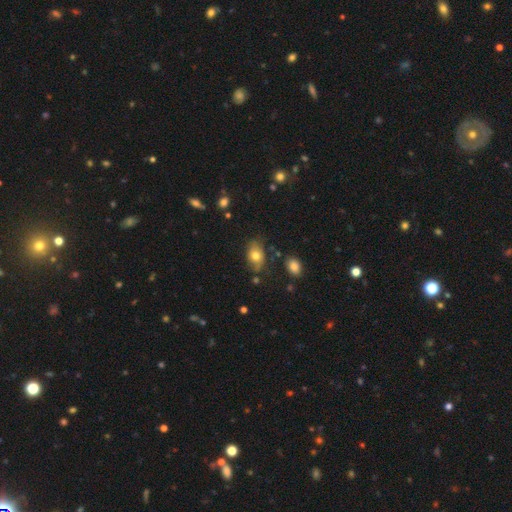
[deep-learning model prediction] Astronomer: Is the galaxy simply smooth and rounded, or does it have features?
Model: smooth — 73%.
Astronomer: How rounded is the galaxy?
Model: in between — 83%.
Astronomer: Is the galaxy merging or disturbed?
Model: none — 67%.